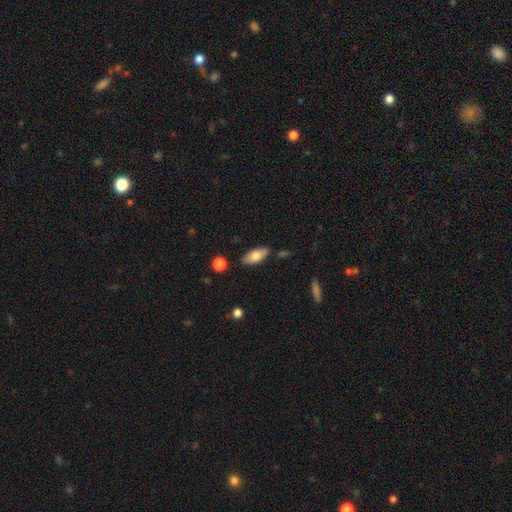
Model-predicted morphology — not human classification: Smooth or featured? smooth (72%)
How rounded? in between (86%)
Merging? none (81%)